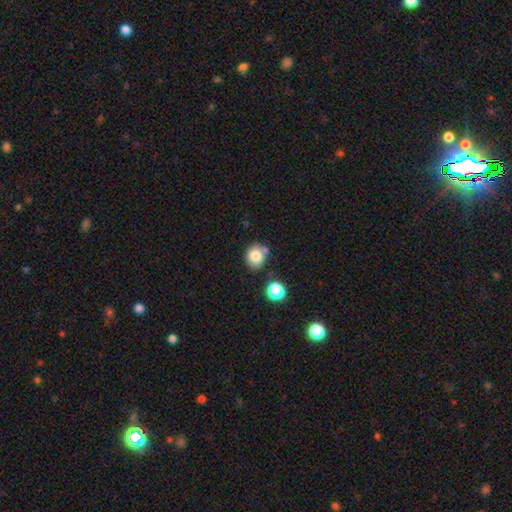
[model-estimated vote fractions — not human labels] Q: Smooth or featured?
A: smooth (80%); runner-up: star or artifact (11%)
Q: How rounded?
A: round (69%); runner-up: in between (30%)
Q: Merging?
A: none (70%); runner-up: minor disturbance (14%)